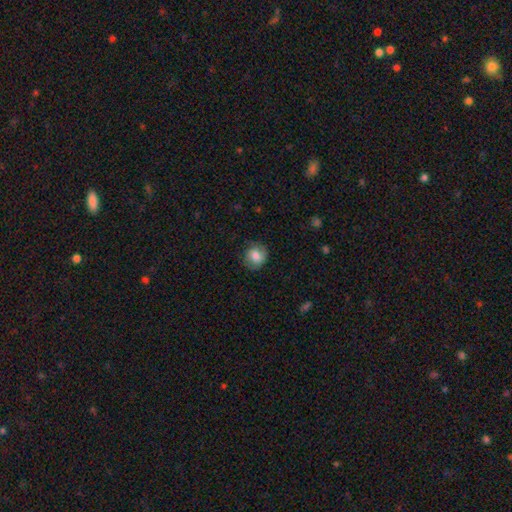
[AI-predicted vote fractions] Smooth or featured? Predicted: smooth (p=0.79). How rounded? Predicted: round (p=0.84). Merging? Predicted: none (p=0.81).